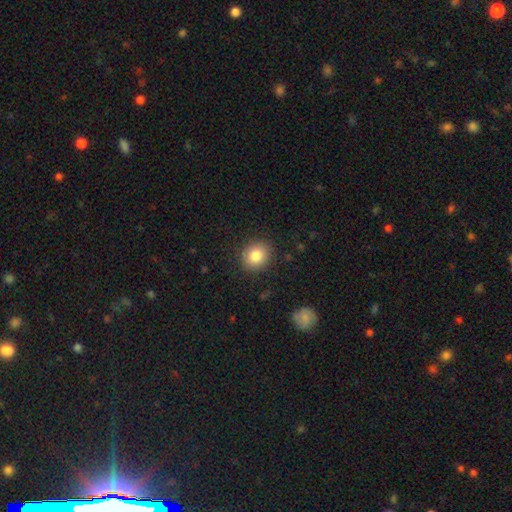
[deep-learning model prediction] Morphology: type=smooth (83%); roundness=round (74%); merging=none (89%).